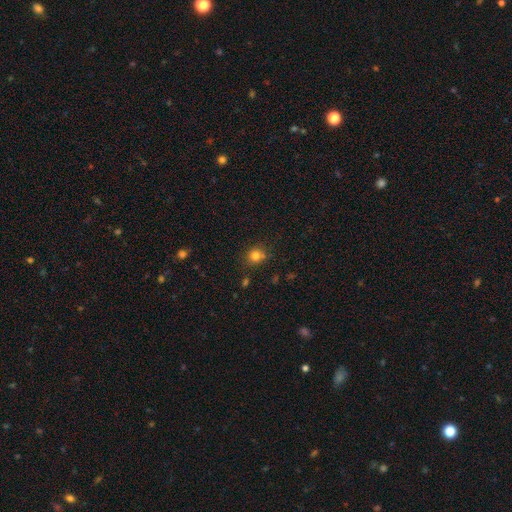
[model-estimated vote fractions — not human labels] smooth-or-featured: smooth: 80% | star or artifact: 14% | featured or disk: 6%
  how-rounded: round: 80% | in between: 19% | cigar-shaped: 1%
  merging: none: 75% | minor disturbance: 15% | merger: 6% | major disturbance: 4%